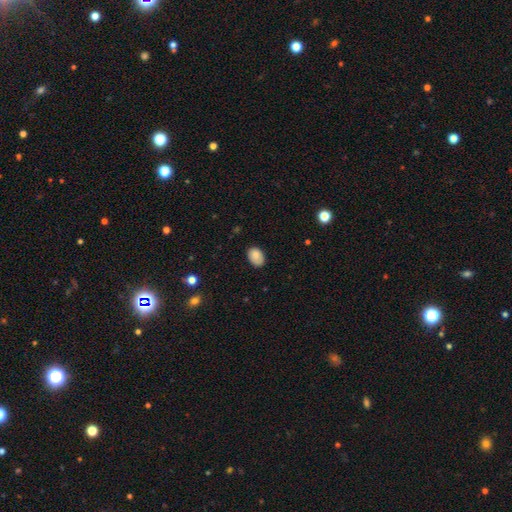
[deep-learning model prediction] Smooth or featured? smooth (85%)
How rounded? in between (80%)
Merging? none (79%)